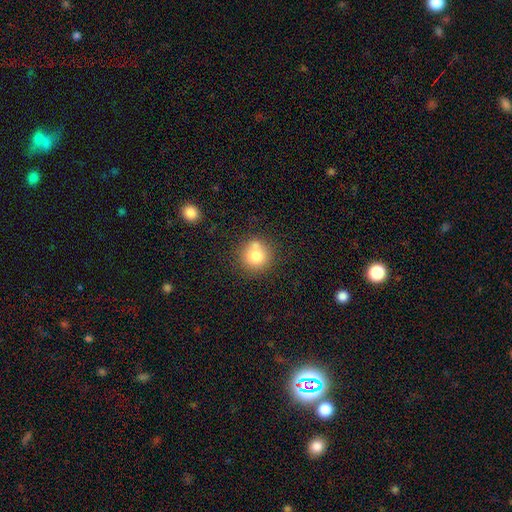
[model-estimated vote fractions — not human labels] smooth-or-featured: smooth: 78% | featured or disk: 12% | star or artifact: 11%
  how-rounded: round: 90% | in between: 9% | cigar-shaped: 1%
  merging: none: 64% | merger: 18% | minor disturbance: 14% | major disturbance: 4%